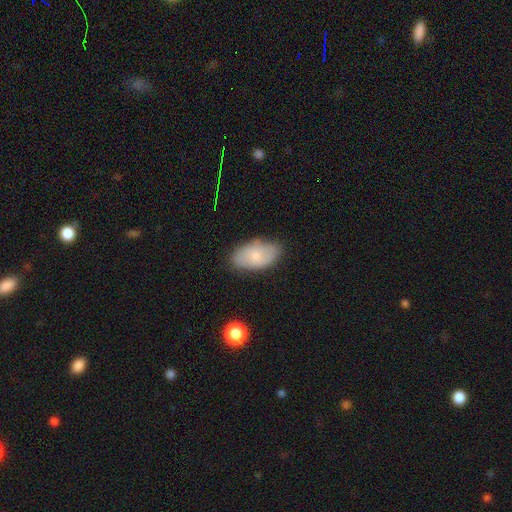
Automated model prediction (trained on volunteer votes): smooth 70%, featured or disk 23%, star or artifact 7%. Down the decision tree: how rounded — in between (94%); merging — none (75%).